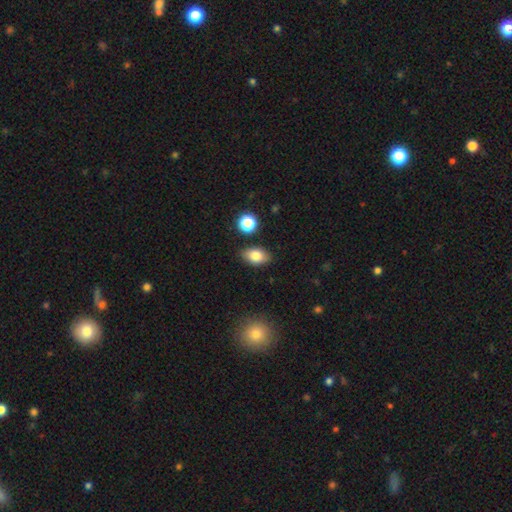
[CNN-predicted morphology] Overall: smooth (82%). How rounded: in between (87%). Merging: none (83%).